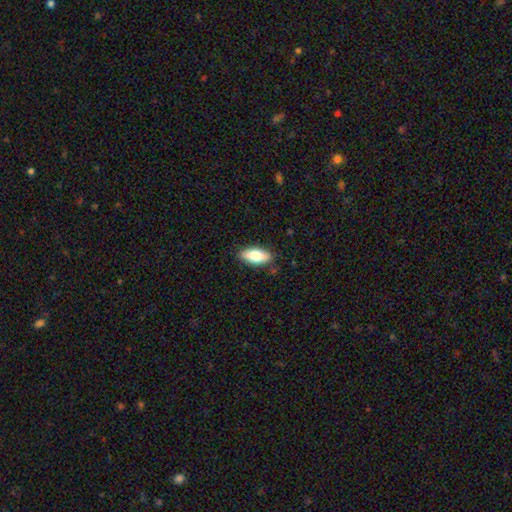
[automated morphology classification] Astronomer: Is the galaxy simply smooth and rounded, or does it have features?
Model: smooth — 78%.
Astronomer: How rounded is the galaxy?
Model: in between — 83%.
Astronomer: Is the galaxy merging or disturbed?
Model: none — 85%.